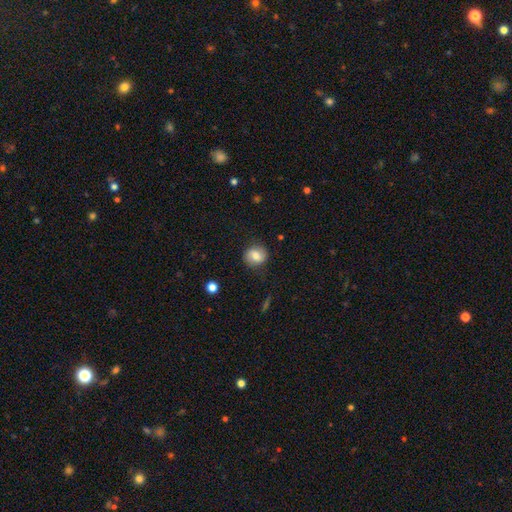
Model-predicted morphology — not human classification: Smooth or featured? smooth (69%)
How rounded? round (74%)
Merging? none (81%)